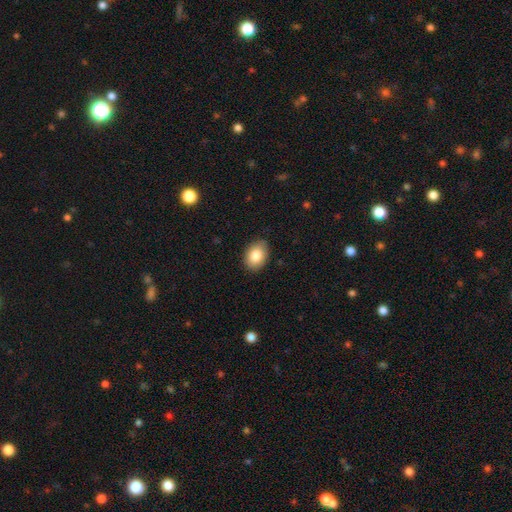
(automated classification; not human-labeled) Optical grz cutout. It shows a smooth galaxy with no disk features (84%) that is in between round and cigar-shaped (80%). Merging: none (86%).